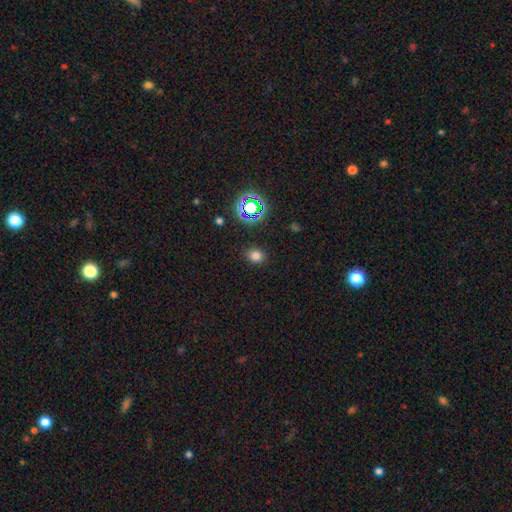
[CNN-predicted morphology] smooth_or_featured: smooth (p=0.74) [alt: star or artifact p=0.20]
how_rounded: round (p=0.58) [alt: in between p=0.41]
merging: none (p=0.87) [alt: minor disturbance p=0.09]